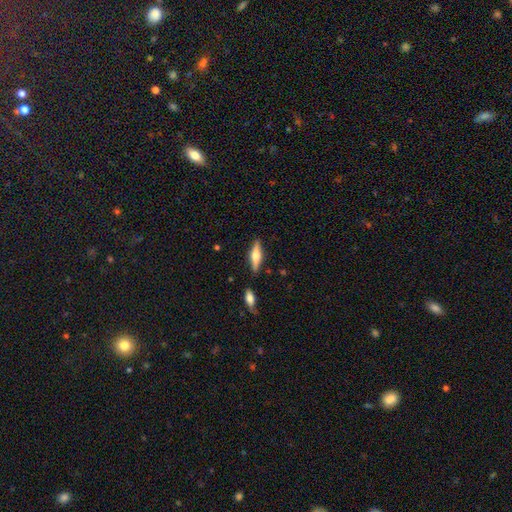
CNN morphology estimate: This appears to be a featured or disk galaxy (52%) viewed edge-on (94%). Merging: none (84%).